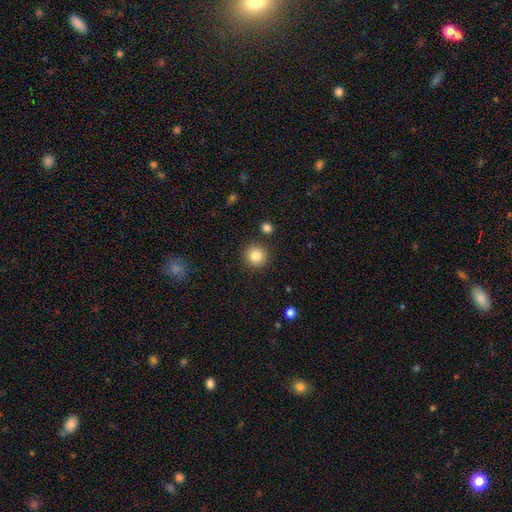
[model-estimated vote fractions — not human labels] The model was most divided on "smooth or featured": smooth: 83%, star or artifact: 10%, featured or disk: 6%. More confident: how rounded — round (95%); merging — none (90%).